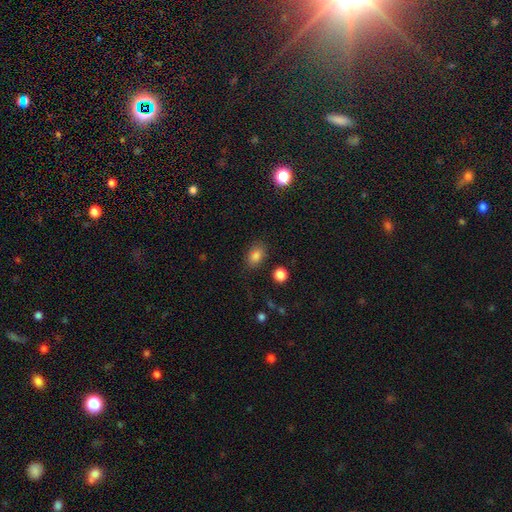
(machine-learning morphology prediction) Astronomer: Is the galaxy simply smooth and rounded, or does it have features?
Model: smooth — 82%.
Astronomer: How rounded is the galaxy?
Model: in between — 81%.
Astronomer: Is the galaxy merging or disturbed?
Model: none — 79%.